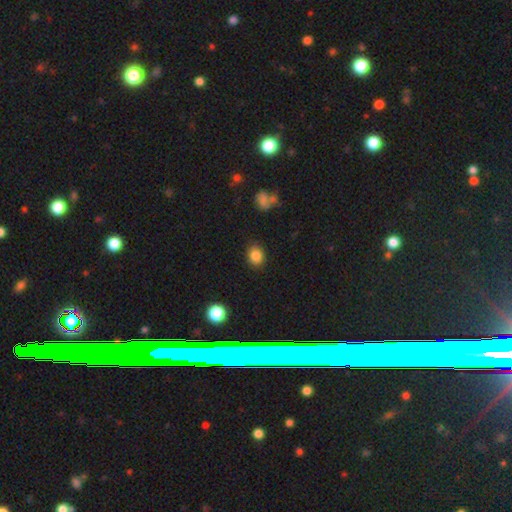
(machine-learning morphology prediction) This appears to be a smooth galaxy with no disk features (84%) that is round (61%). Merging: none (85%).